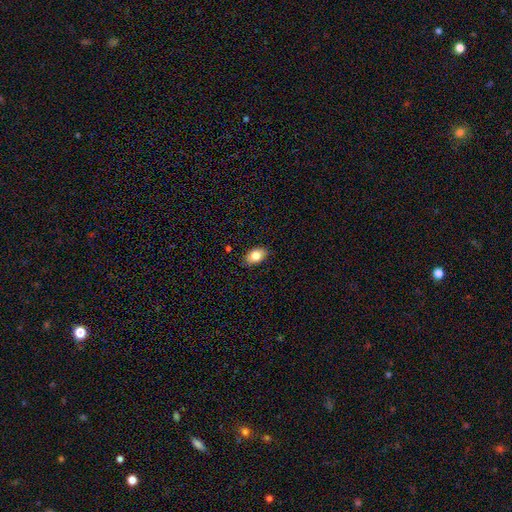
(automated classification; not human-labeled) smooth-or-featured: smooth: 81% | featured or disk: 11% | star or artifact: 8%
  how-rounded: in between: 86% | round: 12% | cigar-shaped: 2%
  merging: none: 86% | minor disturbance: 11% | major disturbance: 2% | merger: 1%